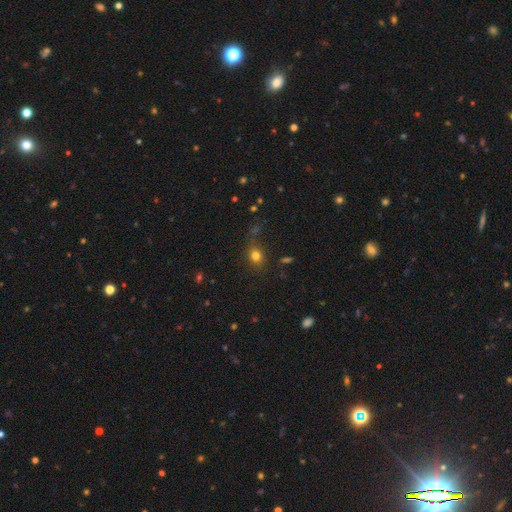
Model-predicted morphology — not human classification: smooth 77%, star or artifact 15%, featured or disk 8%. Down the decision tree: how rounded — round (68%); merging — none (72%).